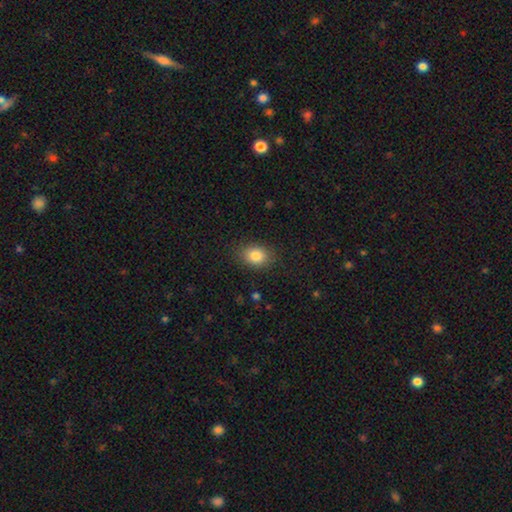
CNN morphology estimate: This appears to be a smooth galaxy with no disk features (85%) that is in between round and cigar-shaped (61%). Merging: none (85%).